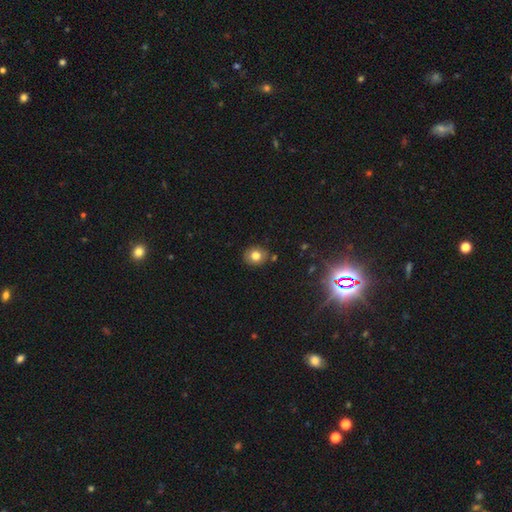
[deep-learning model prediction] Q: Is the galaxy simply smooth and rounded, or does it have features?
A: smooth — 78%.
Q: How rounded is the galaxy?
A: round — 72%.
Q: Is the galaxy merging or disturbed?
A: none — 83%.